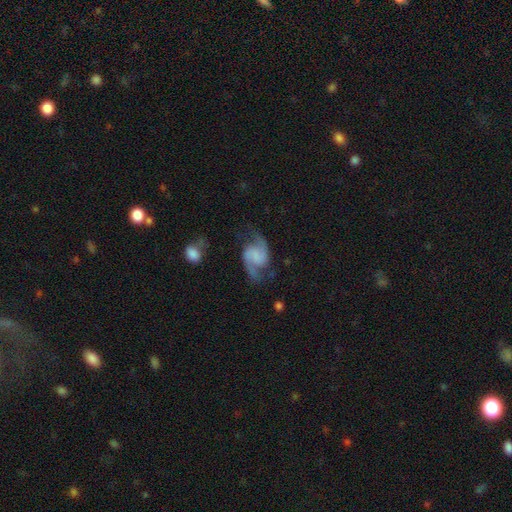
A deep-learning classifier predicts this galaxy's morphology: Smooth or featured?
  - featured or disk: 86% *
  - smooth: 8%
  - star or artifact: 6%
Edge-on disk?
  - no: 98% *
  - yes: 2%
Bar?
  - no: 47% *
  - weak: 41%
  - strong: 12%
Spiral arms?
  - yes: 97% *
  - no: 3%
Spiral winding?
  - loose: 46% *
  - medium: 45%
  - tight: 9%
Spiral arm count?
  - 2: 94% *
  - can't tell: 2%
  - 1: 2%
  - 3: 1%
  - 4: 1%
  - more than 4: 1%
Bulge size?
  - none: 56% *
  - small: 22%
  - moderate: 13%
  - large: 7%
  - dominant: 2%
Merging?
  - none: 71% *
  - minor disturbance: 17%
  - major disturbance: 10%
  - merger: 3%